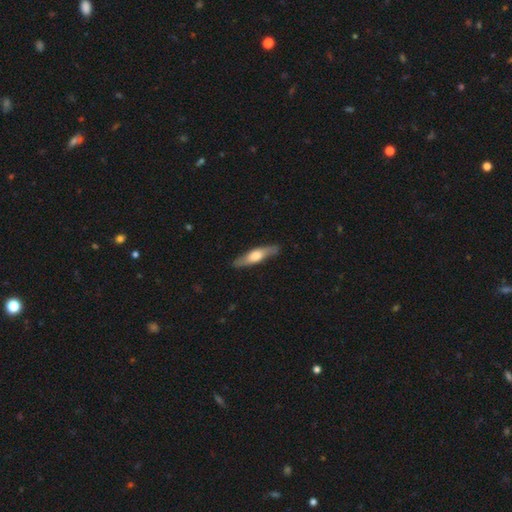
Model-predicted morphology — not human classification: This appears to be a featured or disk galaxy (50%). Merging: none (86%).